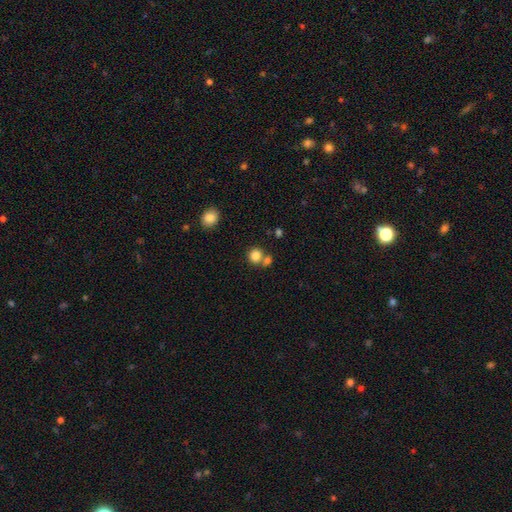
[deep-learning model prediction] Smooth or featured?
  - smooth: 82% *
  - star or artifact: 11%
  - featured or disk: 7%
How rounded?
  - round: 86% *
  - in between: 14%
  - cigar-shaped: 1%
Merging?
  - none: 59% *
  - merger: 30%
  - minor disturbance: 8%
  - major disturbance: 3%